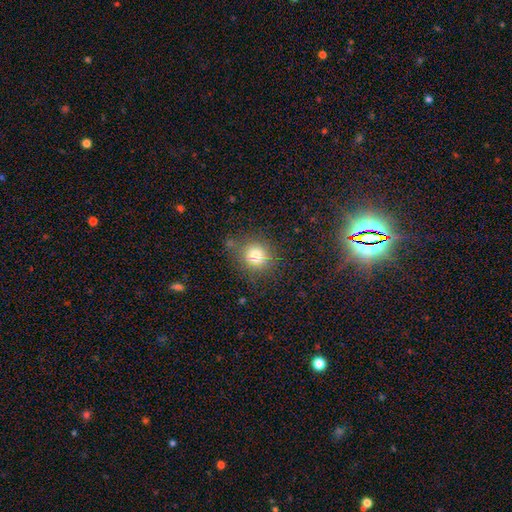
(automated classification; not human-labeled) This appears to be a smooth galaxy with no disk features (79%) that is round (83%). Merging: none (76%).